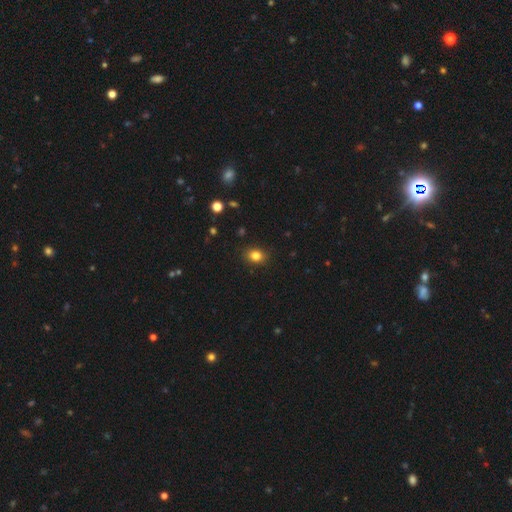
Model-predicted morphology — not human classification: smooth_or_featured: smooth (p=0.83) [alt: star or artifact p=0.12]
how_rounded: in between (p=0.51) [alt: round p=0.48]
merging: none (p=0.87) [alt: minor disturbance p=0.09]